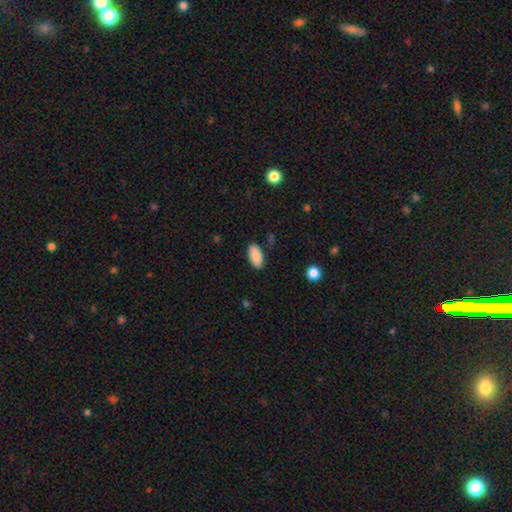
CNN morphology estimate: type=smooth (89%); roundness=in between (93%); merging=none (88%).